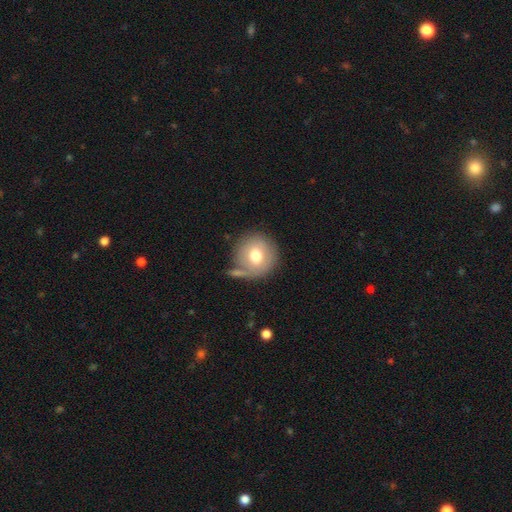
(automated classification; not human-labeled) Smooth or featured?
  - smooth: 72% *
  - featured or disk: 20%
  - star or artifact: 8%
How rounded?
  - round: 92% *
  - in between: 7%
  - cigar-shaped: 1%
Merging?
  - none: 66% *
  - minor disturbance: 15%
  - merger: 13%
  - major disturbance: 7%